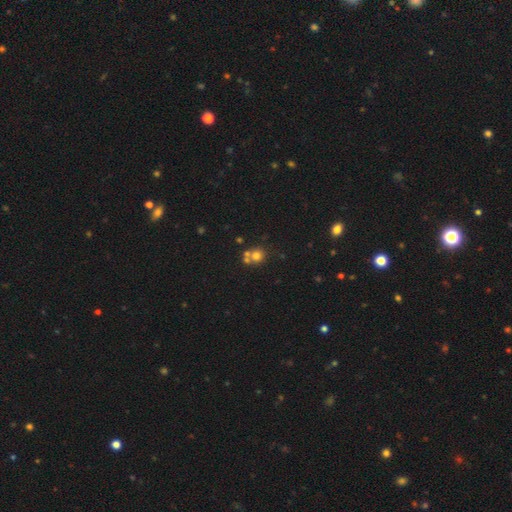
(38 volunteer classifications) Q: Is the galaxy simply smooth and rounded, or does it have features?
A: smooth — 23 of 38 (61%).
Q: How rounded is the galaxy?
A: round — 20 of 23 (87%).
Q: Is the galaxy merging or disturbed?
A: none — 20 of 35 (57%).